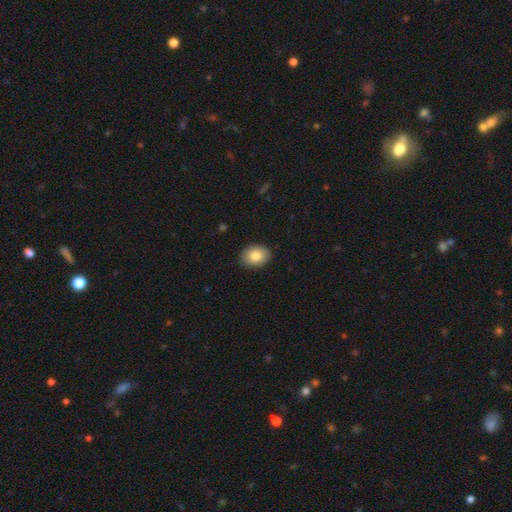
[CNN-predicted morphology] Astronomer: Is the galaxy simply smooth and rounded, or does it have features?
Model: smooth — 84%.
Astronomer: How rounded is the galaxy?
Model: in between — 66%.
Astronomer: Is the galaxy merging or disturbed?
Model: none — 89%.